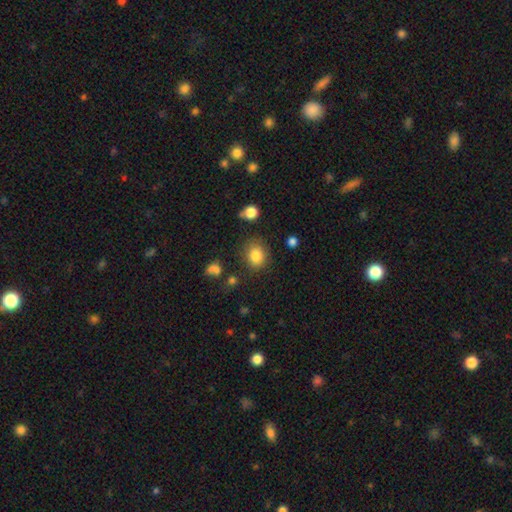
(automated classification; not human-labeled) Smooth or featured? smooth (83%)
How rounded? round (72%)
Merging? none (80%)